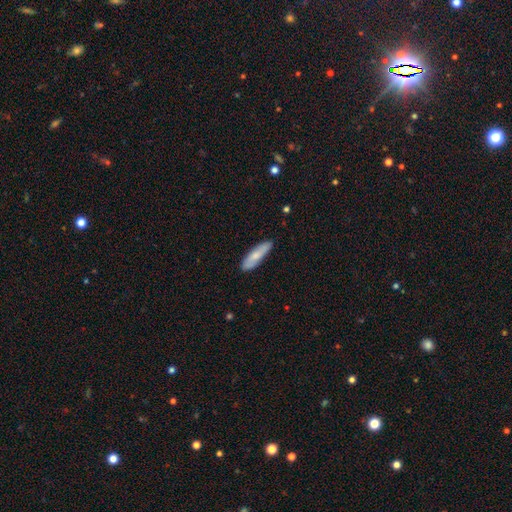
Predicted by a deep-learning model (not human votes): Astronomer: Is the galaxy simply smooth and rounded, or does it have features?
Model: smooth — 72%.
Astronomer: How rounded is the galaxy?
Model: cigar-shaped — 64%.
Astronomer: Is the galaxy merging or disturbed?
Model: none — 84%.